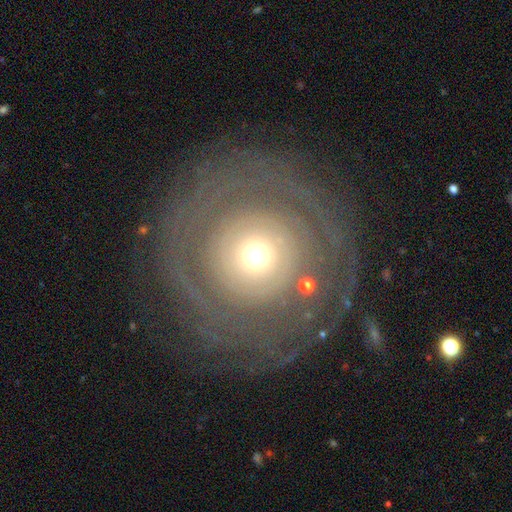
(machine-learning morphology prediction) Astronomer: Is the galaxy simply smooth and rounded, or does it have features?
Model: featured or disk — 69%.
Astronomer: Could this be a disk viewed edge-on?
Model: no — 96%.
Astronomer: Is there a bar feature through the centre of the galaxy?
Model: no — 89%.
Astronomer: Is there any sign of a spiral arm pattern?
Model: yes — 61% (runner-up: no, 39%).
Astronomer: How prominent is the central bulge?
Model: moderate — 46% (runner-up: small, 42%).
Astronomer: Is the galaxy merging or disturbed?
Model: none — 77%.